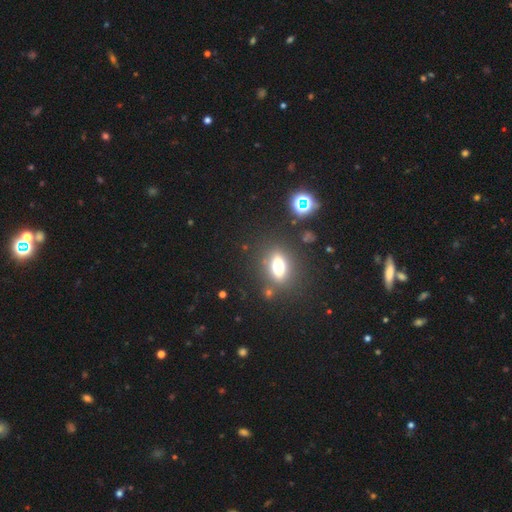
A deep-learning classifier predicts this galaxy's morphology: This appears to be a smooth galaxy with no disk features (50%) that is round (49%). Merging: none (84%).